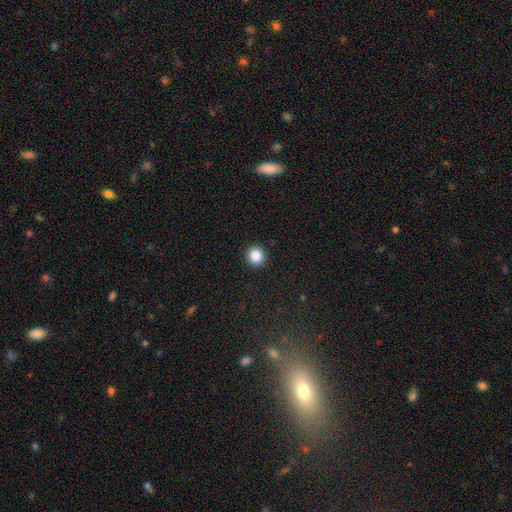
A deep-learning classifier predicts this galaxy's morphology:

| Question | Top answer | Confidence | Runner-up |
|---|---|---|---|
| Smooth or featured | smooth | 87% | star or artifact (10%) |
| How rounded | round | 89% | in between (11%) |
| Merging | none | 92% | minor disturbance (6%) |